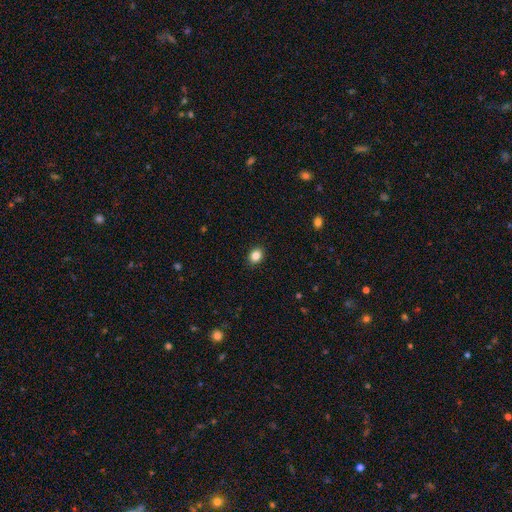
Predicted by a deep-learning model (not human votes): Morphology: type=smooth (85%); roundness=in between (50%); merging=none (91%).